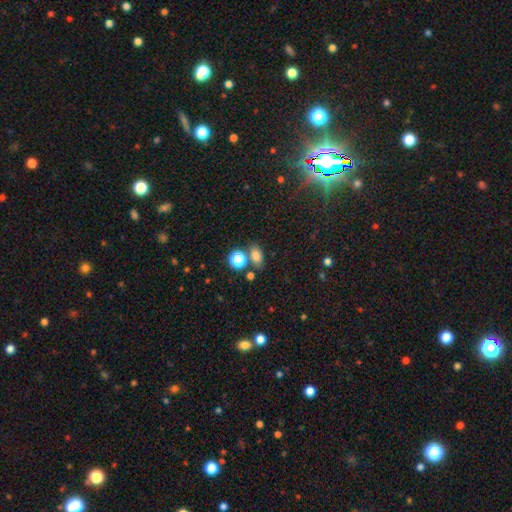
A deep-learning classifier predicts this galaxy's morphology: Smooth or featured?
  - smooth: 76% *
  - star or artifact: 16%
  - featured or disk: 8%
How rounded?
  - in between: 74% *
  - round: 23%
  - cigar-shaped: 2%
Merging?
  - none: 70% *
  - merger: 15%
  - minor disturbance: 11%
  - major disturbance: 4%